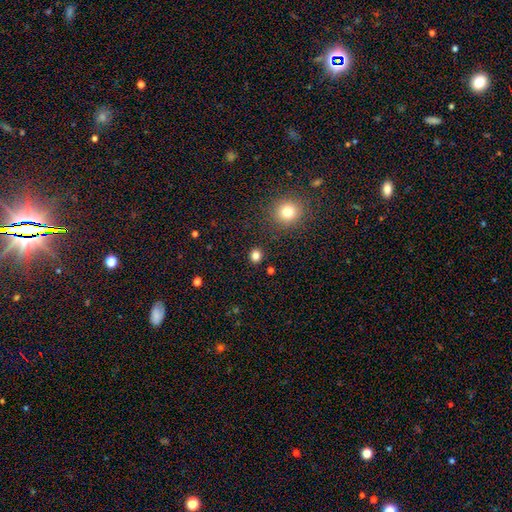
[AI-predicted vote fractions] Smooth or featured? smooth (81%)
How rounded? round (83%)
Merging? none (89%)